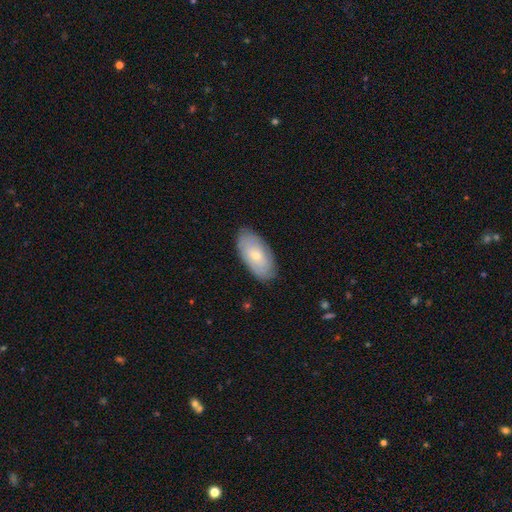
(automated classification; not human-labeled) This appears to be a smooth galaxy with no disk features (57%) that is in between round and cigar-shaped (93%). Merging: none (83%).